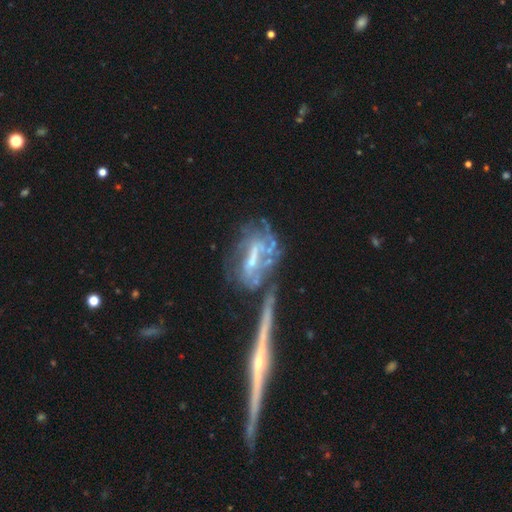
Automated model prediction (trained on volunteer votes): Q: Smooth or featured?
A: featured or disk (77%); runner-up: smooth (13%)
Q: Edge-on disk?
A: no (78%); runner-up: yes (22%)
Q: Bar?
A: weak (36%); runner-up: no (35%)
Q: Spiral arms?
A: yes (63%); runner-up: no (37%)
Q: Bulge size?
A: small (49%); runner-up: moderate (28%)
Q: Merging?
A: merger (37%); runner-up: none (28%)